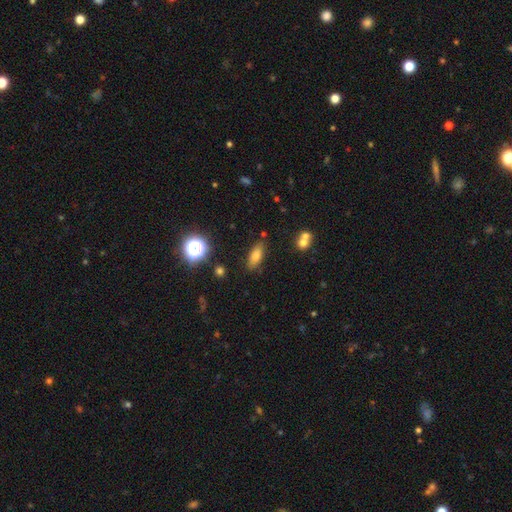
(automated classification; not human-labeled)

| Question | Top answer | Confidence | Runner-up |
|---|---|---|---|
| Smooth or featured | smooth | 74% | star or artifact (13%) |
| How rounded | in between | 73% | cigar-shaped (22%) |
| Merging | none | 81% | minor disturbance (11%) |